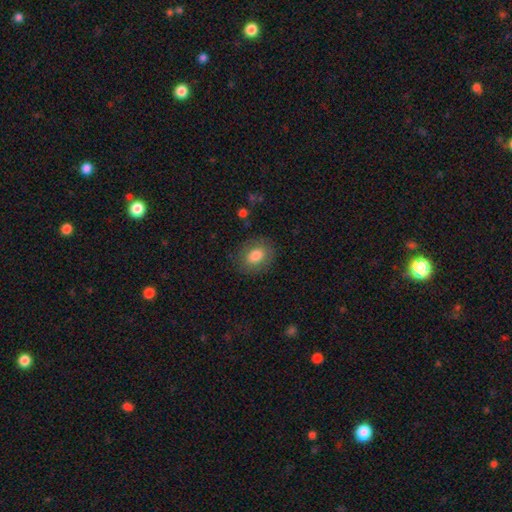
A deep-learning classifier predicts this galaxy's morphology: Overall: smooth (80%). How rounded: in between (61%; round 38%). Merging: none (83%).